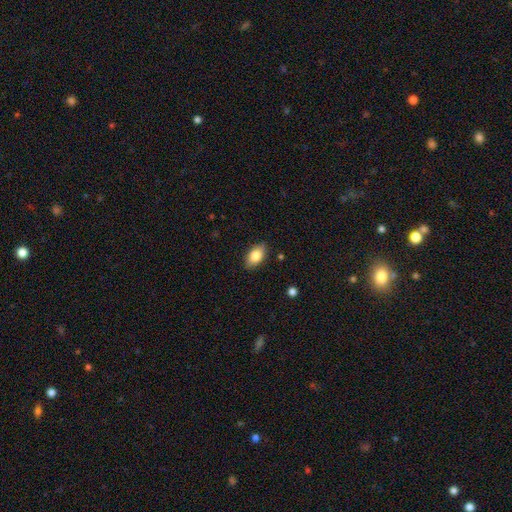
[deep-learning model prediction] A smooth galaxy with no disk features (82%) that is in between round and cigar-shaped (91%). Merging: none (87%).